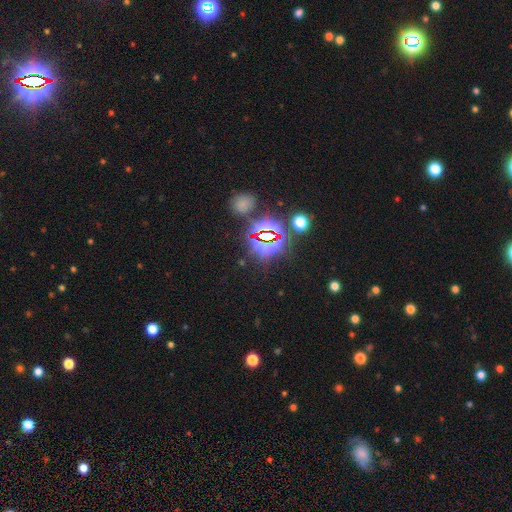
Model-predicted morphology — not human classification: Smooth or featured? star or artifact (77%)